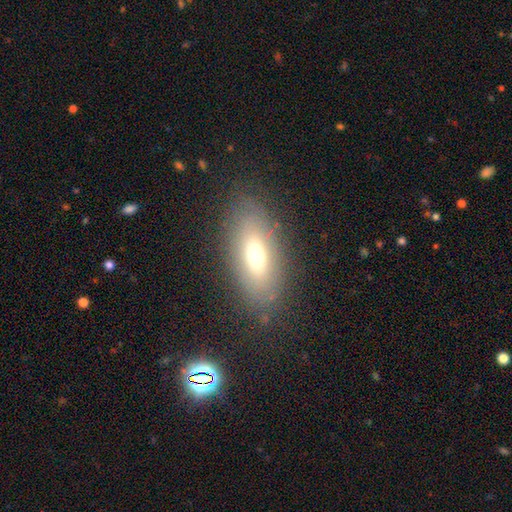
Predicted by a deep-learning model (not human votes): Smooth or featured? smooth (56%)
How rounded? in between (78%)
Merging? none (83%)